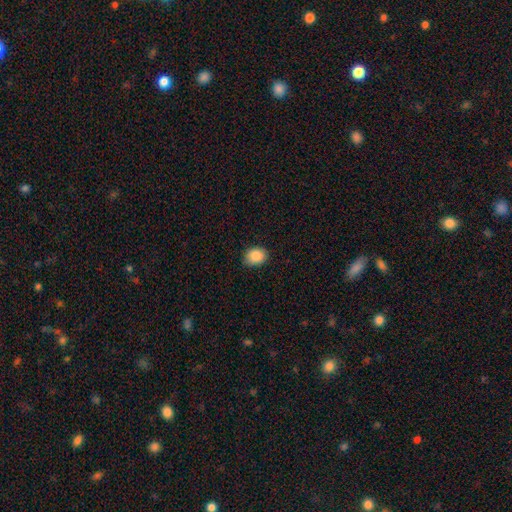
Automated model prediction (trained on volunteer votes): This appears to be a smooth galaxy with no disk features (87%) that is in between round and cigar-shaped (56%). Merging: none (83%).